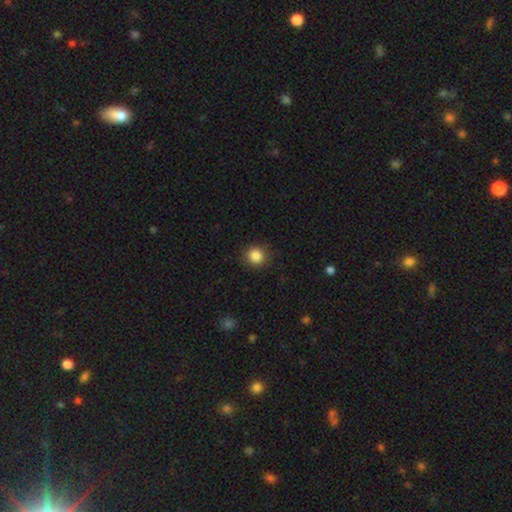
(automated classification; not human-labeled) smooth-or-featured: smooth: 86% | star or artifact: 10% | featured or disk: 4%
  how-rounded: round: 91% | in between: 8% | cigar-shaped: 1%
  merging: none: 89% | minor disturbance: 7% | major disturbance: 2% | merger: 1%